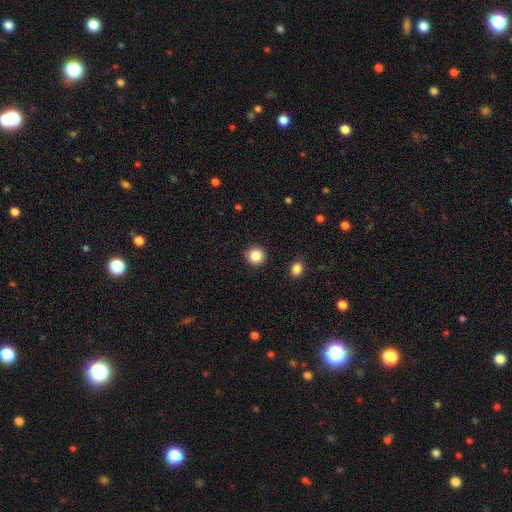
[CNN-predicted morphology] This is clearly a smooth galaxy (86%). How rounded: clearly round (94%). Merging: clearly none (90%).